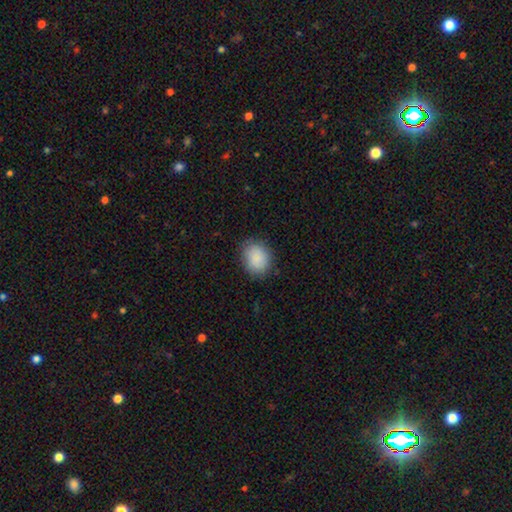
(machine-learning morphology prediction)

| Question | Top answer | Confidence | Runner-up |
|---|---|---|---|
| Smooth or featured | smooth | 88% | star or artifact (7%) |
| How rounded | round | 61% | in between (38%) |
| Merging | none | 82% | minor disturbance (13%) |